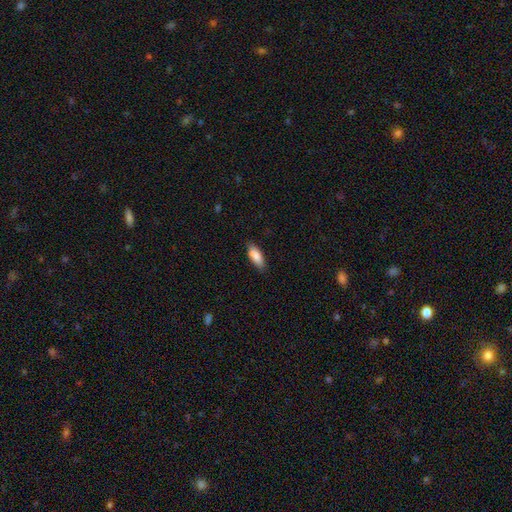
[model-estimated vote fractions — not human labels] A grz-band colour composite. It shows a smooth galaxy with no disk features (83%) that is in between round and cigar-shaped (72%). Merging: none (78%).